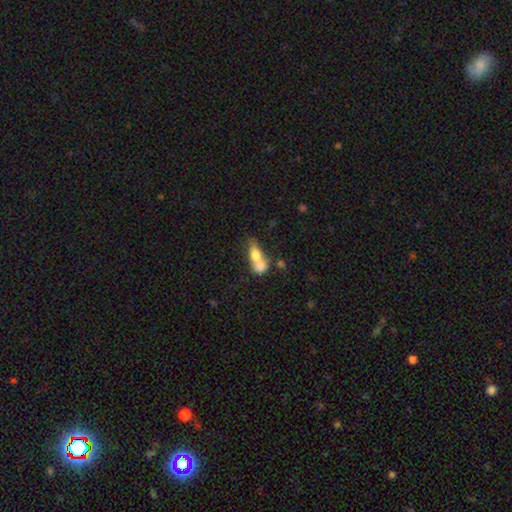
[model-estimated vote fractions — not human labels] A smooth galaxy with no disk features (70%) that is in between round and cigar-shaped (69%). Merging: merger (69%).